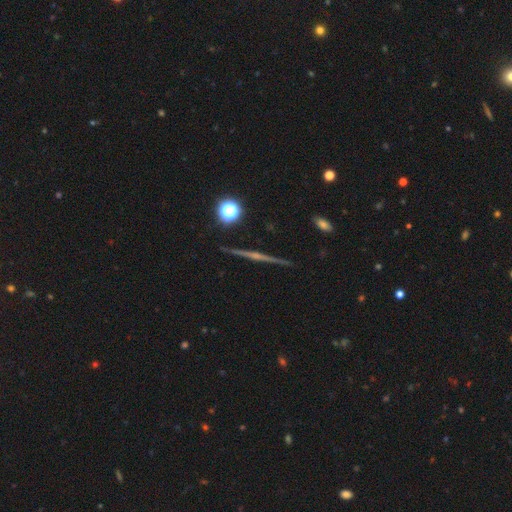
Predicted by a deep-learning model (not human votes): smooth-or-featured: featured or disk: 78% | smooth: 12% | star or artifact: 10%
  disk-edge-on: yes: 98% | no: 2%
    edge-on-bulge: rounded: 64% | none: 26% | boxy: 10%
  merging: none: 92% | minor disturbance: 5% | merger: 1% | major disturbance: 1%